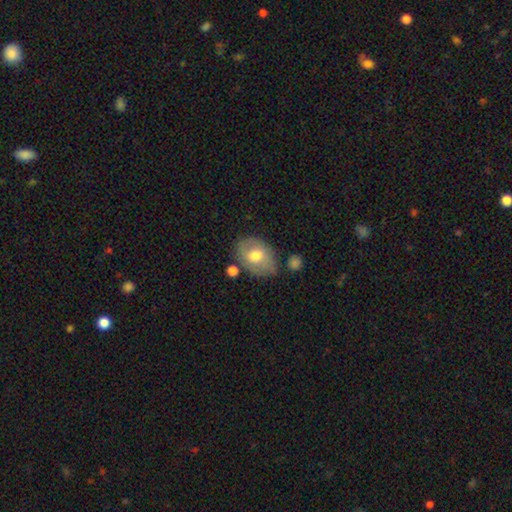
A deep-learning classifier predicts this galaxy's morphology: Smooth or featured? Predicted: smooth (p=0.62). How rounded? Predicted: in between (p=0.73). Merging? Predicted: none (p=0.69).